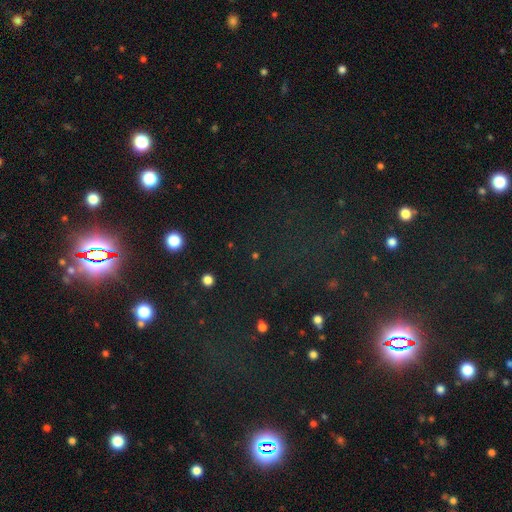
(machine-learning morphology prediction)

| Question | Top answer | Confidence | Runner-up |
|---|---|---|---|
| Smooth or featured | star or artifact | 65% | smooth (27%) |